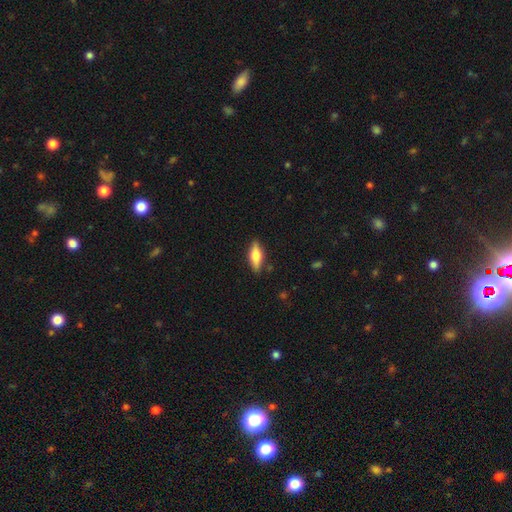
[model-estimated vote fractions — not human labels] Smooth or featured?
  - smooth: 67% *
  - featured or disk: 27%
  - star or artifact: 6%
How rounded?
  - in between: 66% *
  - cigar-shaped: 31%
  - round: 3%
Merging?
  - none: 85% *
  - minor disturbance: 11%
  - major disturbance: 2%
  - merger: 1%